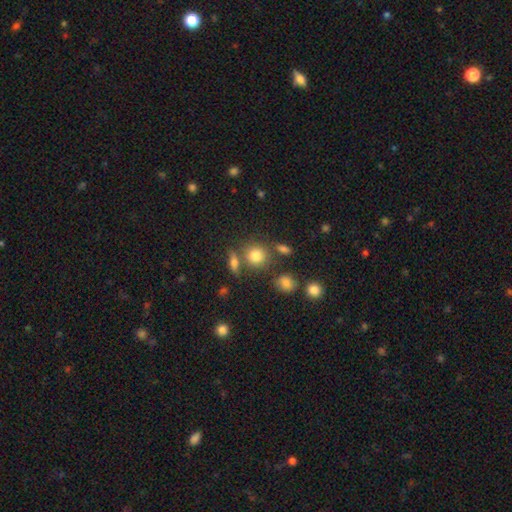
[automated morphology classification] A smooth galaxy with no disk features (79%) that is round (81%). Merging: none (68%).